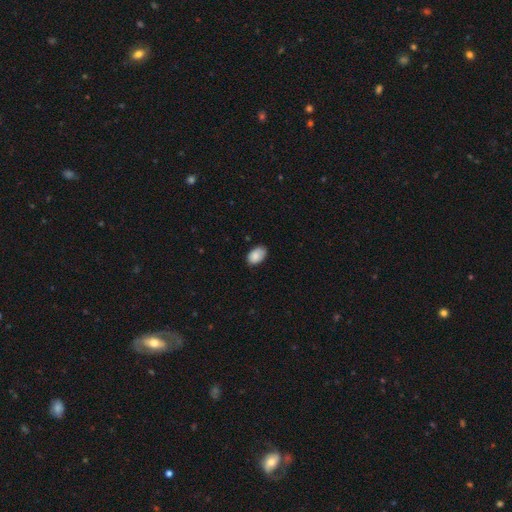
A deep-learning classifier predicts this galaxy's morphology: This is clearly a smooth galaxy (87%). How rounded: clearly in between (91%). Merging: likely none (77%).